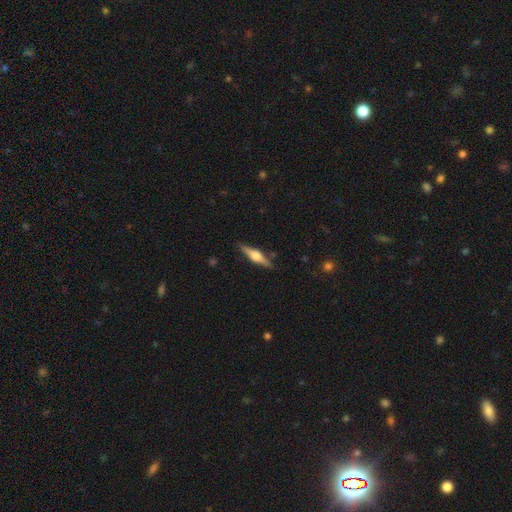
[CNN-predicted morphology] Smooth or featured? featured or disk (65%)
Edge-on disk? yes (97%)
Edge-on bulge? rounded (87%)
Merging? none (87%)